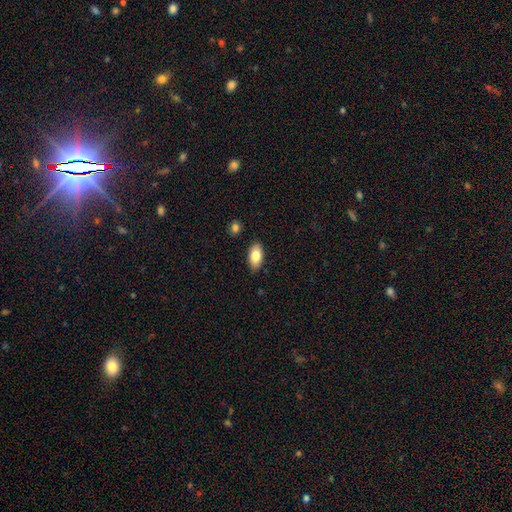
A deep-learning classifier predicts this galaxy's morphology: Smooth or featured? Predicted: smooth (p=0.82). How rounded? Predicted: in between (p=0.93). Merging? Predicted: none (p=0.86).